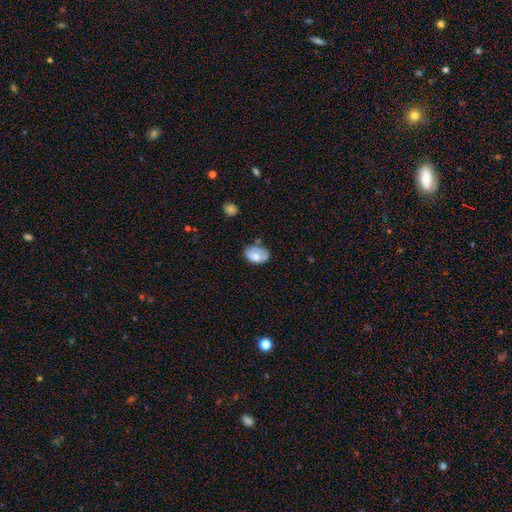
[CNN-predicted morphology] smooth 74%, featured or disk 18%, star or artifact 8%. Down the decision tree: how rounded — in between (86%); merging — none (53%).